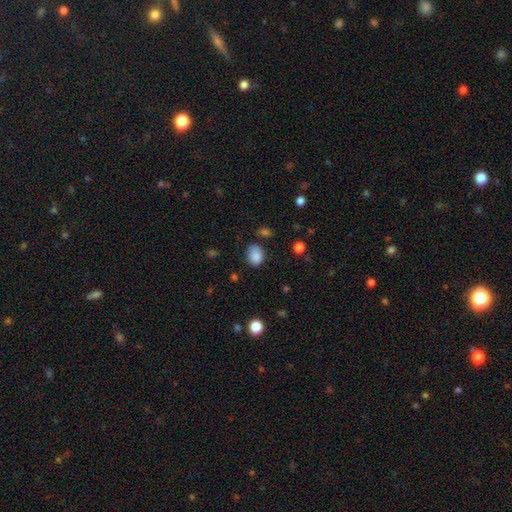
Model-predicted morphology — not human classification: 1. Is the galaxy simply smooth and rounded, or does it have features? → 86% smooth, 10% star or artifact, 4% featured or disk.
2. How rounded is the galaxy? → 64% in between, 35% round, 1% cigar-shaped.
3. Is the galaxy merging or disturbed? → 67% none, 24% minor disturbance, 6% major disturbance, 3% merger.